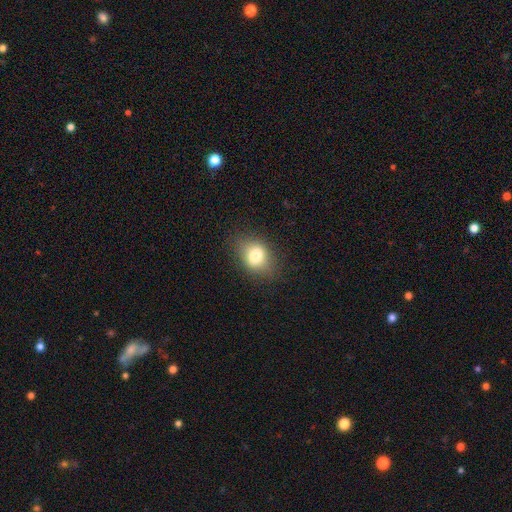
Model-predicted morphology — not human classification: type=smooth (75%); roundness=in between (66%); merging=none (79%).